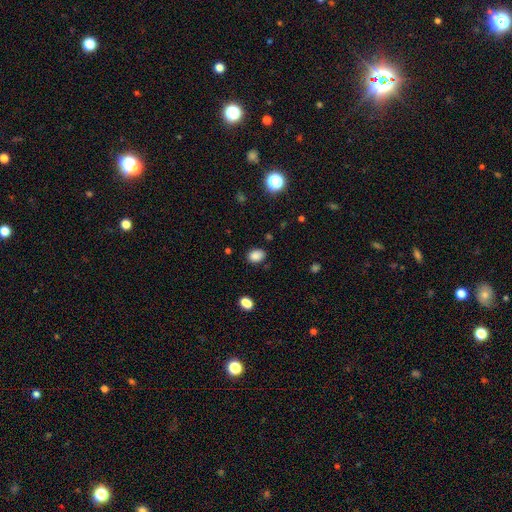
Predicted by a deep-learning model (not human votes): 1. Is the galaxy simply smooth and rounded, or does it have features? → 85% smooth, 11% star or artifact, 4% featured or disk.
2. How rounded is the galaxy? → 67% in between, 32% round, 1% cigar-shaped.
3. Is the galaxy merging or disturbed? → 83% none, 12% minor disturbance, 3% major disturbance, 2% merger.